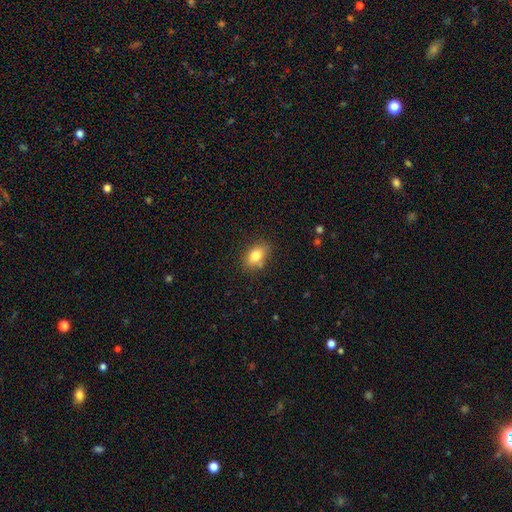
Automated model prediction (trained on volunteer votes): The model was most divided on "merging": none: 78%, minor disturbance: 15%, merger: 4%, major disturbance: 3%. More confident: how rounded — in between (83%); smooth or featured — smooth (79%).